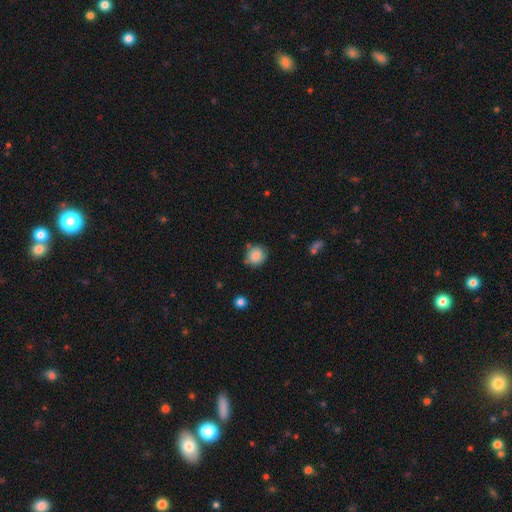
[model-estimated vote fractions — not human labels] Smooth or featured? smooth (81%)
How rounded? round (85%)
Merging? none (74%)